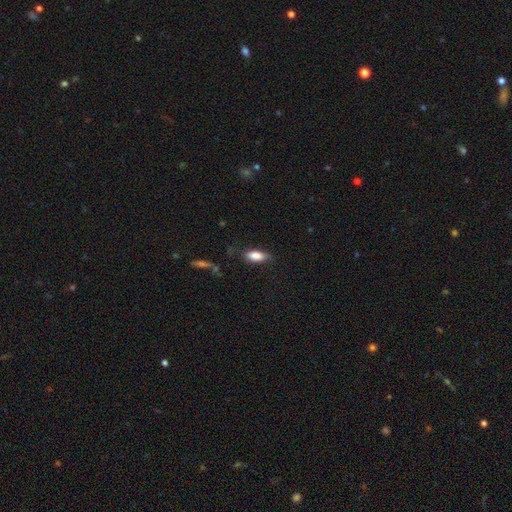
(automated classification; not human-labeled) Morphology: type=smooth (85%); roundness=in between (84%); merging=none (71%).